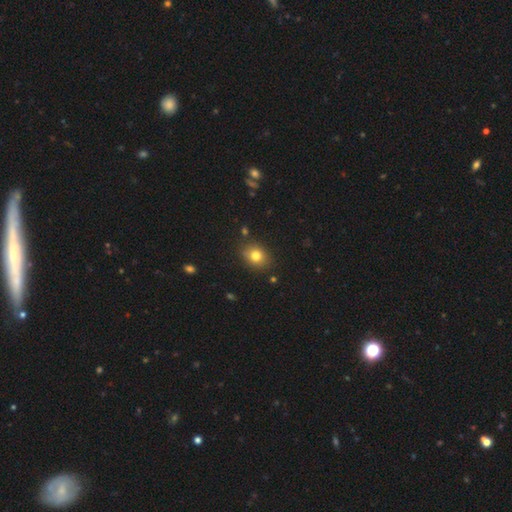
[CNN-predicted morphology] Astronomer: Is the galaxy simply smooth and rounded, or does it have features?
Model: smooth — 78%.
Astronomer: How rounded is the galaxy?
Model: round — 52% (runner-up: in between, 47%).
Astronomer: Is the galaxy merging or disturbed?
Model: none — 83%.